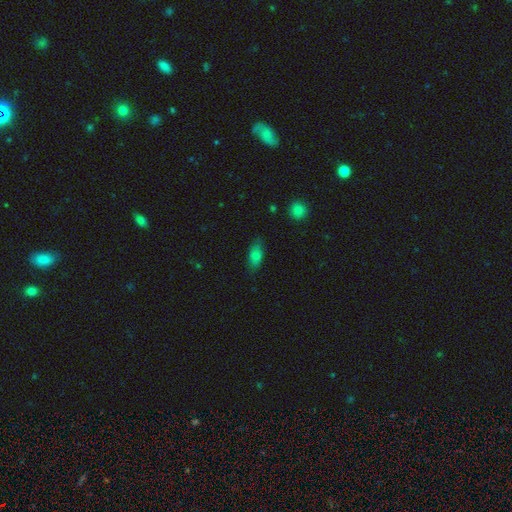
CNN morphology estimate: type=smooth (78%); roundness=in between (81%); merging=none (78%).